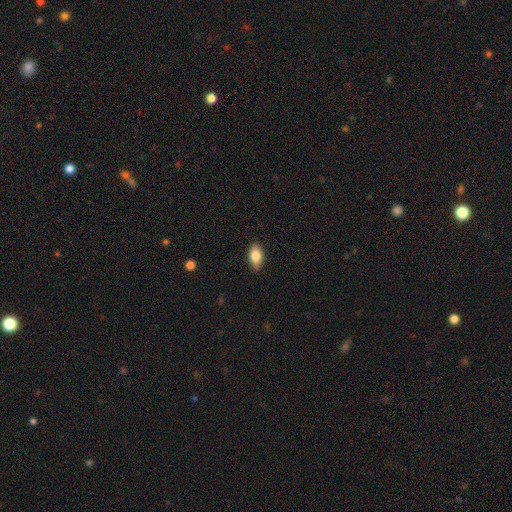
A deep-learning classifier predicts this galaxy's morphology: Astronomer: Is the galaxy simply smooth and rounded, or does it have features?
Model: smooth — 76%.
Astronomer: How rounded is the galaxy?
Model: in between — 87%.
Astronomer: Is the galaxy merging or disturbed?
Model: none — 86%.